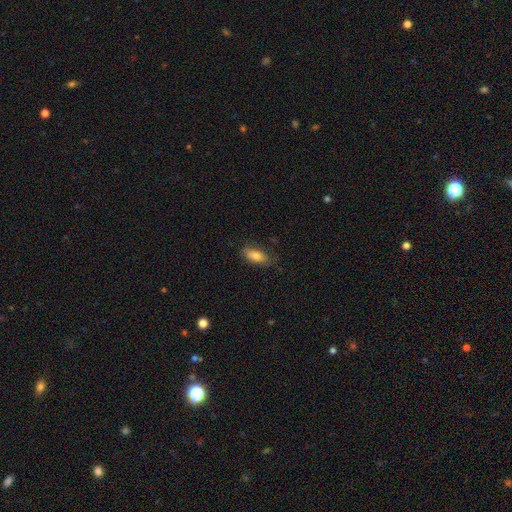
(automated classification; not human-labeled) Morphology: type=smooth (77%); roundness=in between (82%); merging=none (74%).